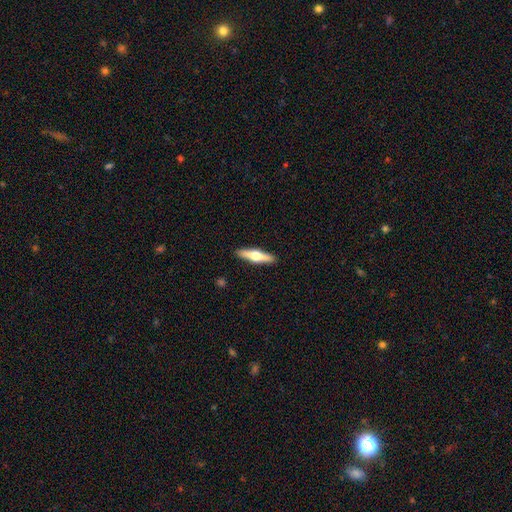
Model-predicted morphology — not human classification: Q: Smooth or featured?
A: featured or disk (54%); runner-up: smooth (41%)
Q: Edge-on disk?
A: yes (95%); runner-up: no (5%)
Q: Edge-on bulge?
A: rounded (95%); runner-up: boxy (3%)
Q: Merging?
A: none (91%); runner-up: minor disturbance (6%)